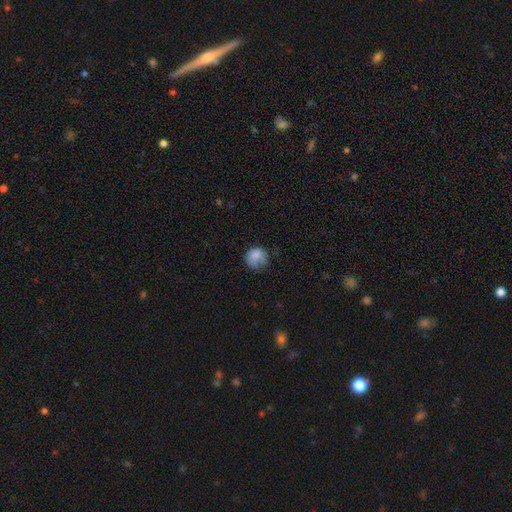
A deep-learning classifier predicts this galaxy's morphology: This is likely a smooth galaxy (78%). How rounded: clearly round (81%). Merging: possibly none (54%).